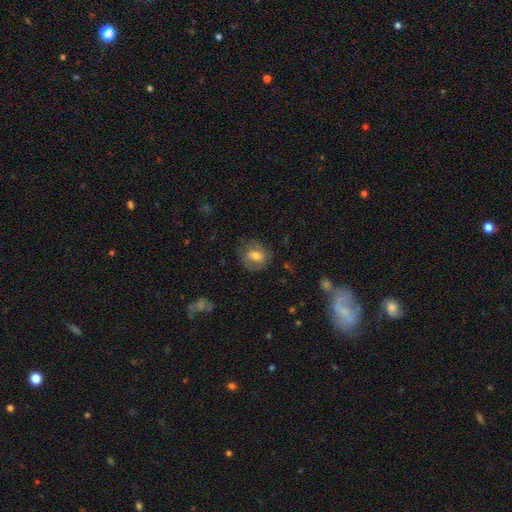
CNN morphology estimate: This appears to be a smooth galaxy with no disk features (66%) that is round (69%). Merging: none (76%).